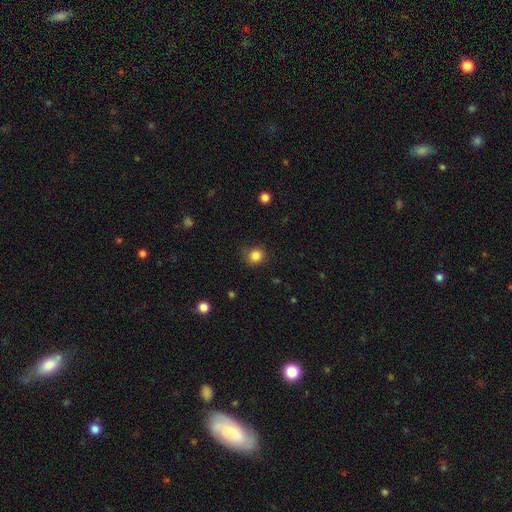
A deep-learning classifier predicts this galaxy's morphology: Overall: smooth (84%). How rounded: round (87%). Merging: none (81%).